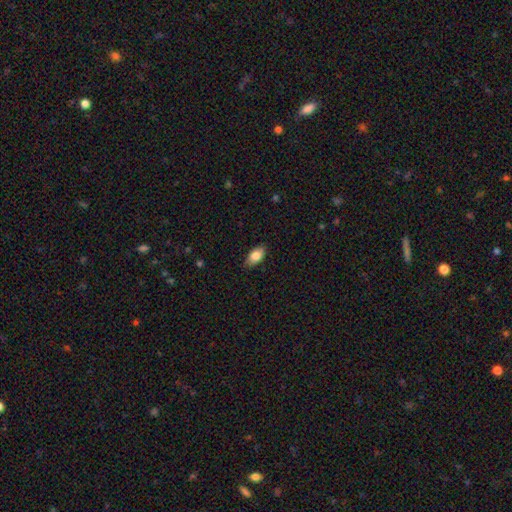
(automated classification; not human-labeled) Smooth or featured?
  - smooth: 83% *
  - featured or disk: 10%
  - star or artifact: 7%
How rounded?
  - in between: 91% *
  - round: 5%
  - cigar-shaped: 4%
Merging?
  - none: 84% *
  - minor disturbance: 12%
  - major disturbance: 2%
  - merger: 1%